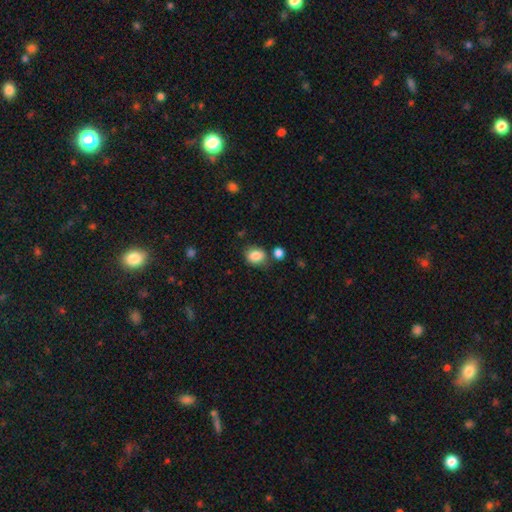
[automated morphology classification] Smooth or featured?
  - smooth: 86% *
  - star or artifact: 9%
  - featured or disk: 5%
How rounded?
  - round: 50% *
  - in between: 49%
  - cigar-shaped: 1%
Merging?
  - none: 70% *
  - minor disturbance: 16%
  - merger: 10%
  - major disturbance: 5%